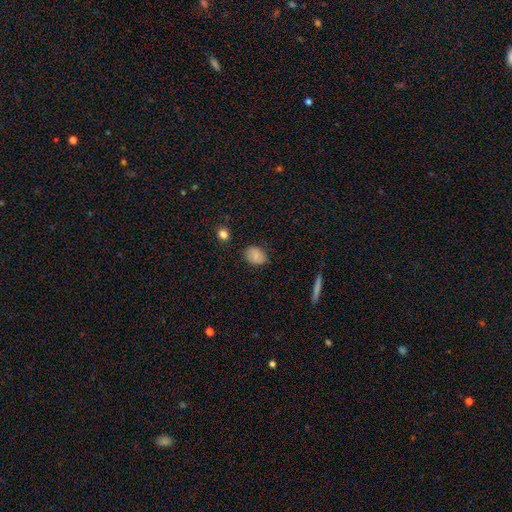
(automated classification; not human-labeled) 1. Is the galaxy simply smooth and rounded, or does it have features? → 81% smooth, 9% featured or disk, 9% star or artifact.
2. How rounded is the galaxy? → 63% in between, 36% round, 1% cigar-shaped.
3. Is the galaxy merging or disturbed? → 76% none, 19% minor disturbance, 3% major disturbance, 2% merger.